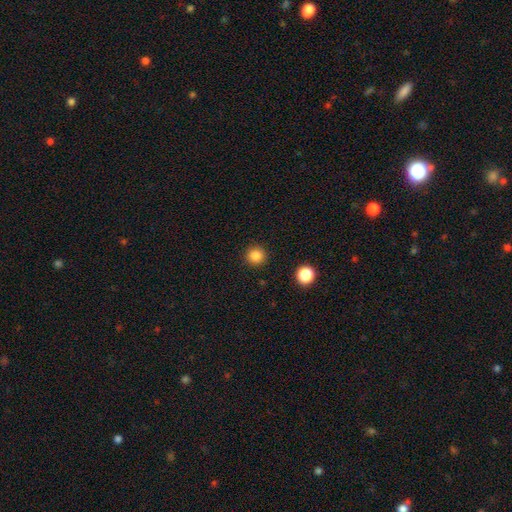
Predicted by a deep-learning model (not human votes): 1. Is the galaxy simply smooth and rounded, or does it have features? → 85% smooth, 12% star or artifact, 3% featured or disk.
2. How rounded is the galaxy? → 93% round, 6% in between, 1% cigar-shaped.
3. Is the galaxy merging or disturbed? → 91% none, 6% minor disturbance, 2% major disturbance, 1% merger.